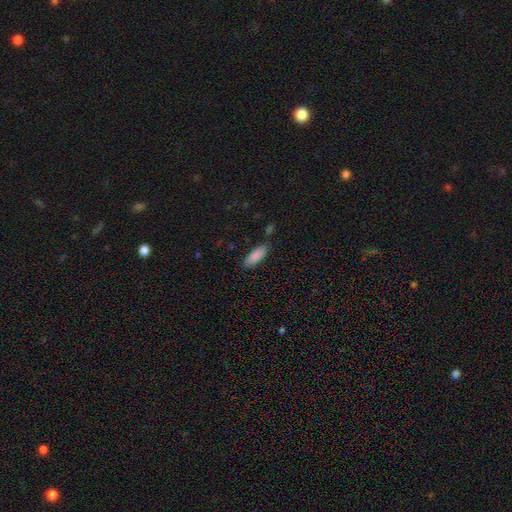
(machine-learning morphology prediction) Q: Smooth or featured?
A: smooth (87%); runner-up: star or artifact (7%)
Q: How rounded?
A: in between (69%); runner-up: cigar-shaped (29%)
Q: Merging?
A: none (79%); runner-up: minor disturbance (14%)